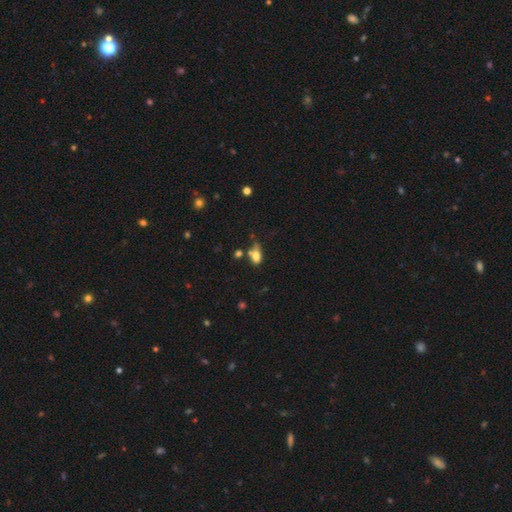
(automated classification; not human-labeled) Morphology: type=smooth (73%); roundness=in between (81%); merging=none (35%).